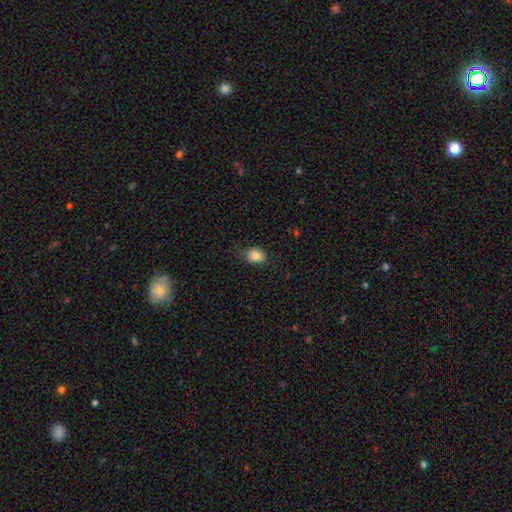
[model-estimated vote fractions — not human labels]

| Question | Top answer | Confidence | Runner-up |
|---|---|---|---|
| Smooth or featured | smooth | 85% | star or artifact (9%) |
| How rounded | in between | 58% | round (40%) |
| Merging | none | 73% | minor disturbance (20%) |